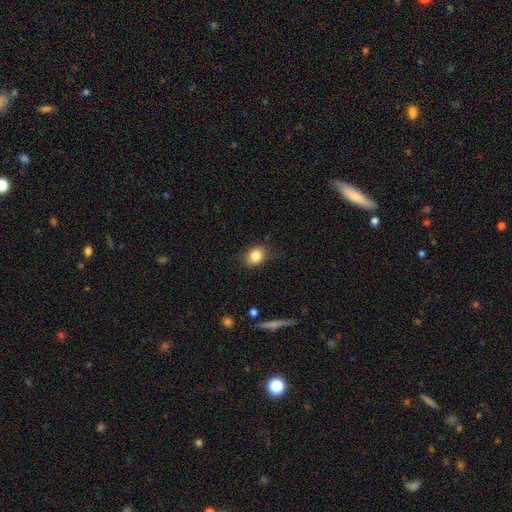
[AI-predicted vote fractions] Morphology: type=smooth (82%); roundness=in between (55%); merging=none (79%).